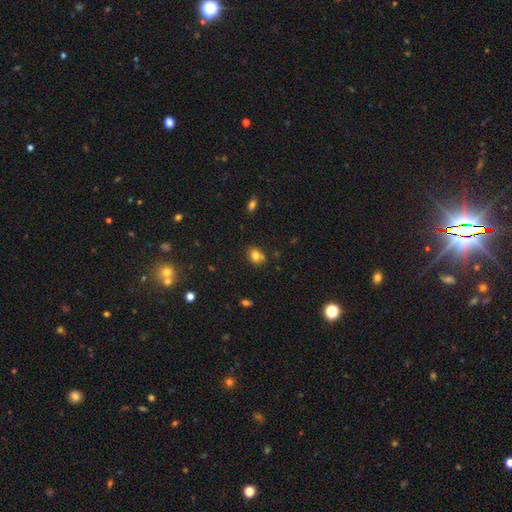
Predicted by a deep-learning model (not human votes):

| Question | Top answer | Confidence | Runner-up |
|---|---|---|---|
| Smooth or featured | smooth | 77% | star or artifact (13%) |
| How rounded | round | 50% | in between (49%) |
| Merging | none | 65% | minor disturbance (16%) |